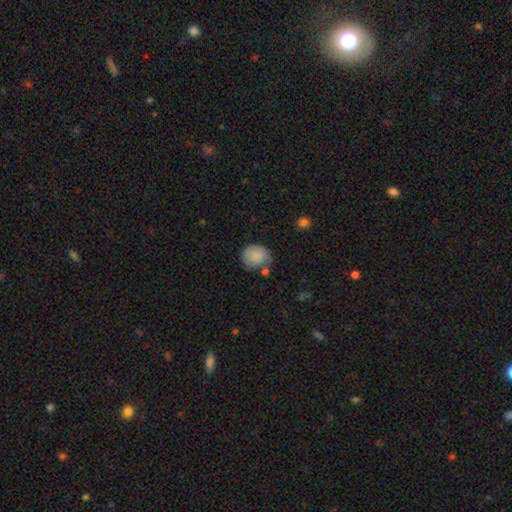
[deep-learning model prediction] This appears to be a smooth galaxy with no disk features (80%) that is round (67%). Merging: none (57%).